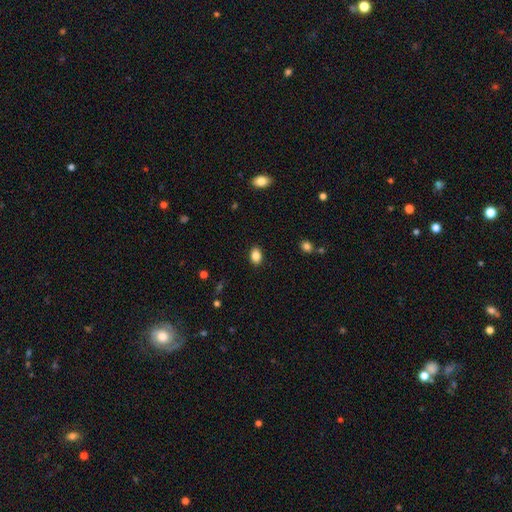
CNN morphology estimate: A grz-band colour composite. It shows a smooth galaxy with no disk features (86%) that is in between round and cigar-shaped (78%). Merging: none (89%).